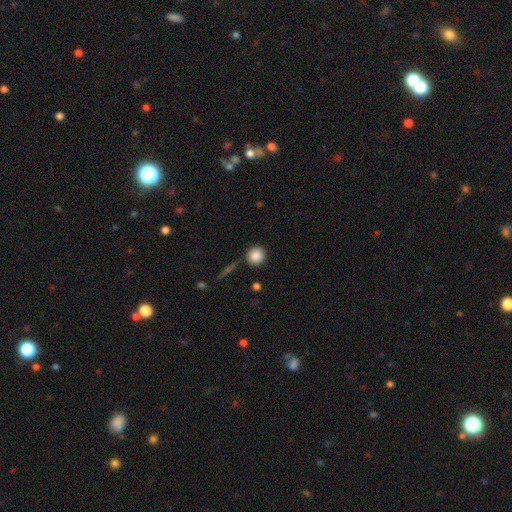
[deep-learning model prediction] This is clearly a smooth galaxy (86%). How rounded: clearly round (93%). Merging: clearly none (83%).